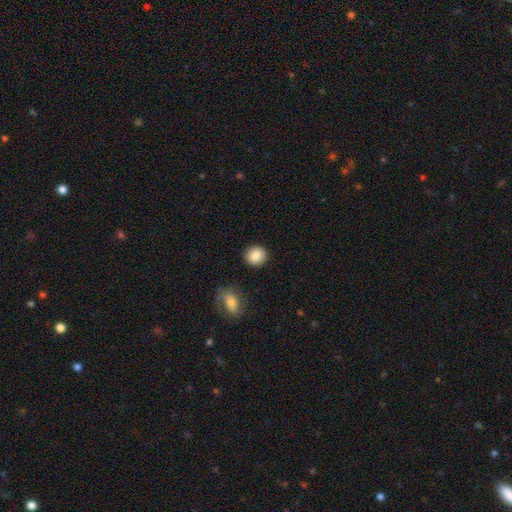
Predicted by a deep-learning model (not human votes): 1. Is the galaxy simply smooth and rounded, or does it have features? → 87% smooth, 8% star or artifact, 6% featured or disk.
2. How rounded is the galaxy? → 87% round, 12% in between, 1% cigar-shaped.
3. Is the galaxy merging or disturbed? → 89% none, 6% minor disturbance, 2% merger, 2% major disturbance.